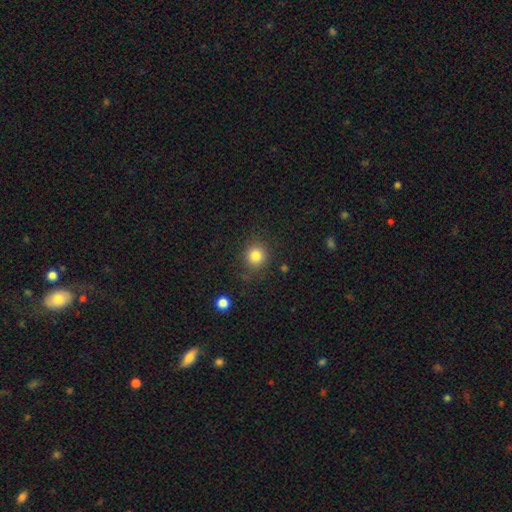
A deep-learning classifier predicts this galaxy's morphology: This appears to be a smooth galaxy with no disk features (83%) that is round (88%). Merging: none (84%).